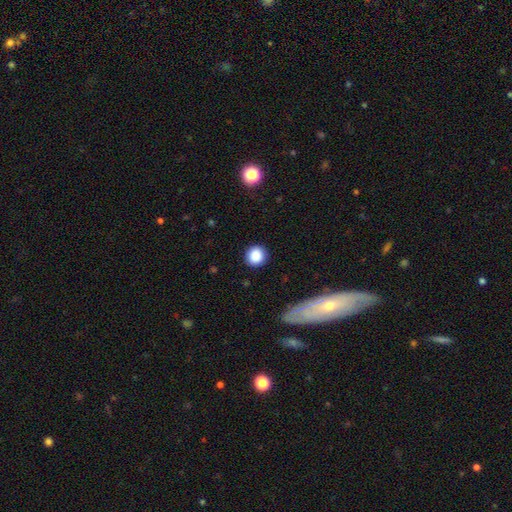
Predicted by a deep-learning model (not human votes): smooth_or_featured: smooth (p=0.87) [alt: star or artifact p=0.09]
how_rounded: round (p=0.90) [alt: in between p=0.09]
merging: none (p=0.89) [alt: minor disturbance p=0.08]